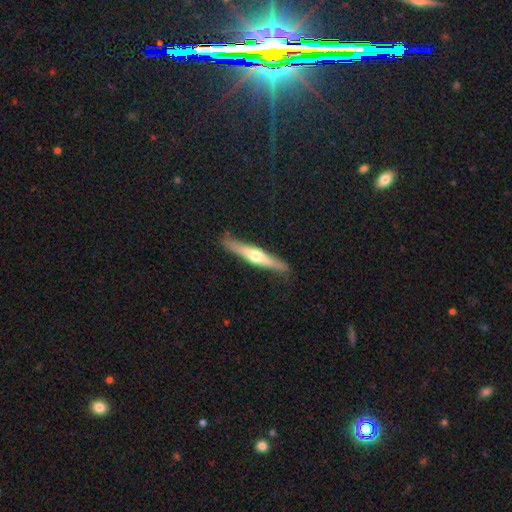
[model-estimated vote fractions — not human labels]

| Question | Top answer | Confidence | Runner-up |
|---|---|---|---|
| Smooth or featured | featured or disk | 59% | smooth (36%) |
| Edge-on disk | yes | 95% | no (5%) |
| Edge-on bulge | rounded | 88% | none (7%) |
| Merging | none | 85% | minor disturbance (12%) |